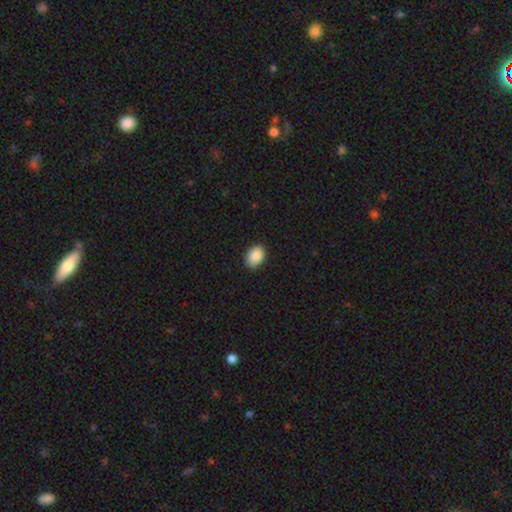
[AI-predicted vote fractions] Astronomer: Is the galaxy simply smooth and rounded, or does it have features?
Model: smooth — 90%.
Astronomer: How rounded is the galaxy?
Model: in between — 81%.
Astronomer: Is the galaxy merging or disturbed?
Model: none — 87%.